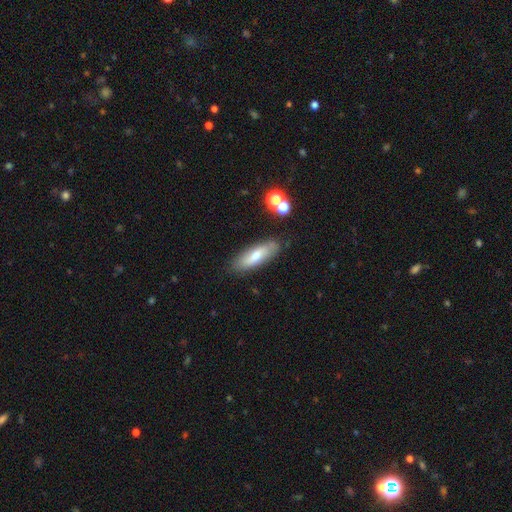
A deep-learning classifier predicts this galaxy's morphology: Smooth or featured: smooth — 67% (featured or disk — 25%)
How rounded: in between — 52% (cigar-shaped — 46%)
Merging: none — 81% (minor disturbance — 13%)